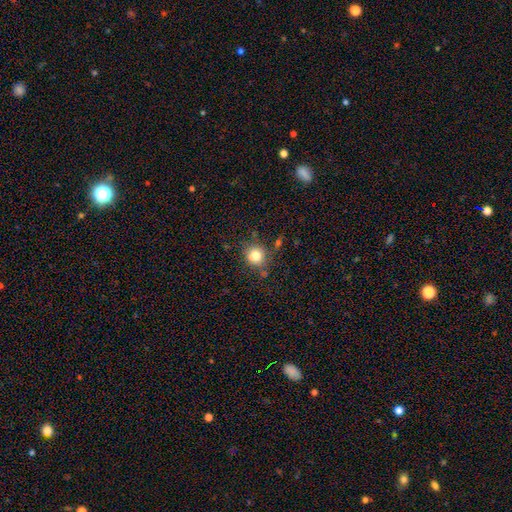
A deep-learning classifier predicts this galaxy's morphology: Q: Smooth or featured?
A: smooth (81%); runner-up: star or artifact (12%)
Q: How rounded?
A: round (87%); runner-up: in between (12%)
Q: Merging?
A: none (76%); runner-up: minor disturbance (14%)